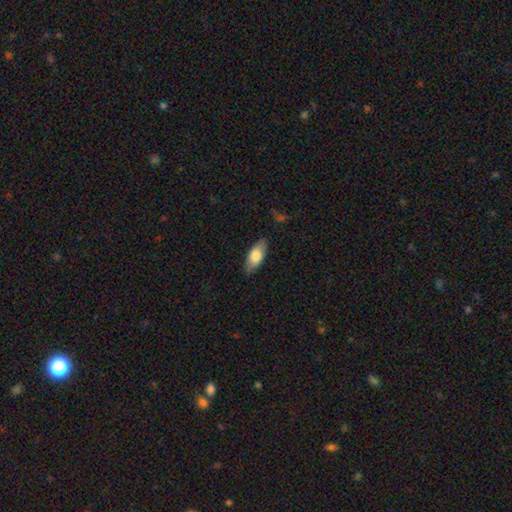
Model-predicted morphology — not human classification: The model was most divided on "smooth or featured": smooth: 74%, featured or disk: 20%, star or artifact: 6%. More confident: how rounded — in between (84%); merging — none (83%).